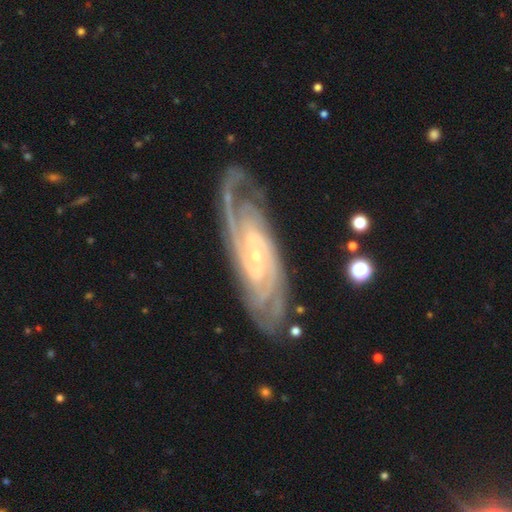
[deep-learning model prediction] This is clearly a featured or disk galaxy (91%). It is clearly not viewed edge-on (93%). Bar: possibly no (50%). Spiral arm pattern: clearly yes (98%). Spiral arm count: marginally 2 (27%). Spiral winding: likely tight (68%). Central bulge: clearly small (83%). Merging: likely none (77%).